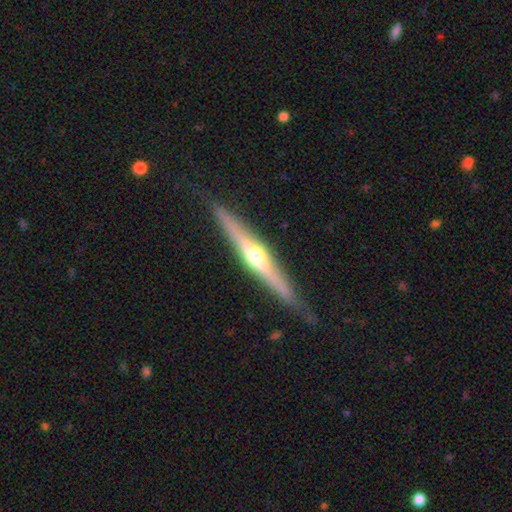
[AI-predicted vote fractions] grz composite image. It shows a featured or disk galaxy (76%) viewed edge-on (97%) with a rounded central bulge (91%). Merging: none (88%).